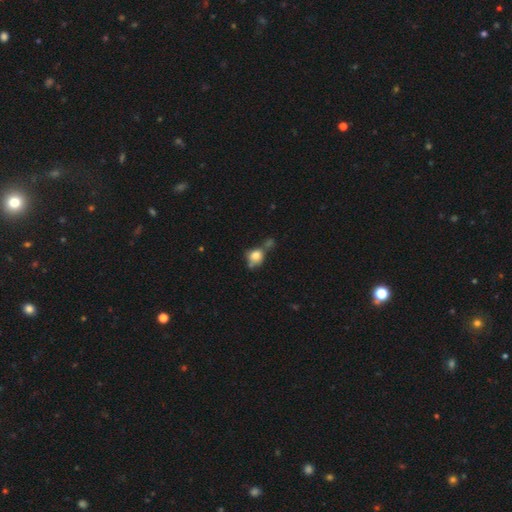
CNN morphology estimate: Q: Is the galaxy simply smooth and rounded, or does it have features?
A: smooth — 75%.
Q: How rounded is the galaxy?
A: round — 68%.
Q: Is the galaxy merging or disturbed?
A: none — 45%.